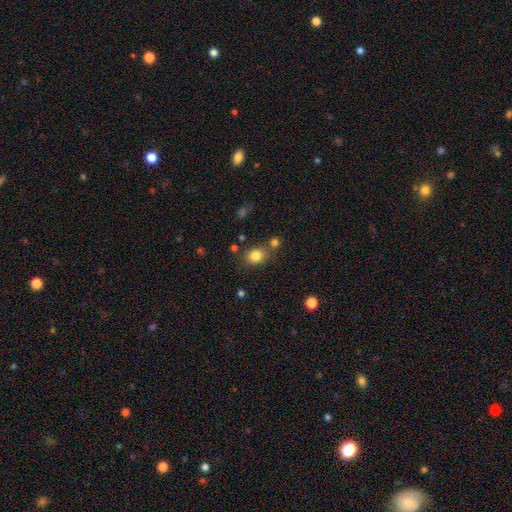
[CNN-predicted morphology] This appears to be a smooth galaxy with no disk features (82%) that is round (53%). Merging: none (69%).